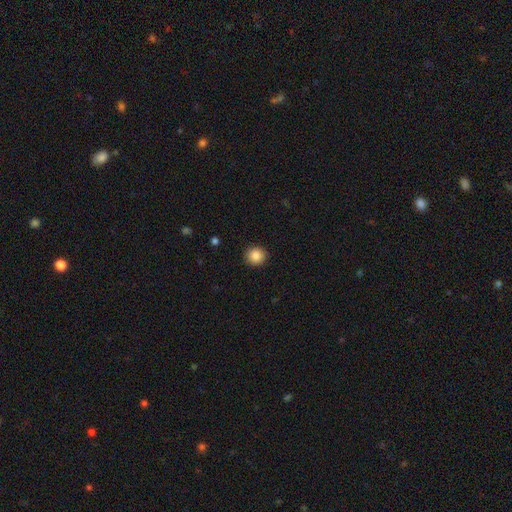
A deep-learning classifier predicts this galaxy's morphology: A smooth galaxy with no disk features (87%) that is round (91%).

Vote fractions:
- Smooth or featured? smooth: 87% / star or artifact: 9% / featured or disk: 4%
- How rounded? round: 91% / in between: 8% / cigar-shaped: 1%
- Merging? none: 92% / minor disturbance: 5% / major disturbance: 2% / merger: 1%